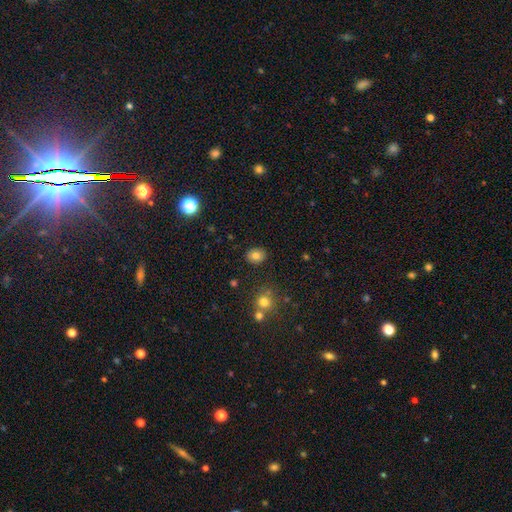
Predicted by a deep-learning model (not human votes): The model was most divided on "how rounded": round: 57%, in between: 42%, cigar-shaped: 1%. More confident: merging — none (87%); smooth or featured — smooth (80%).